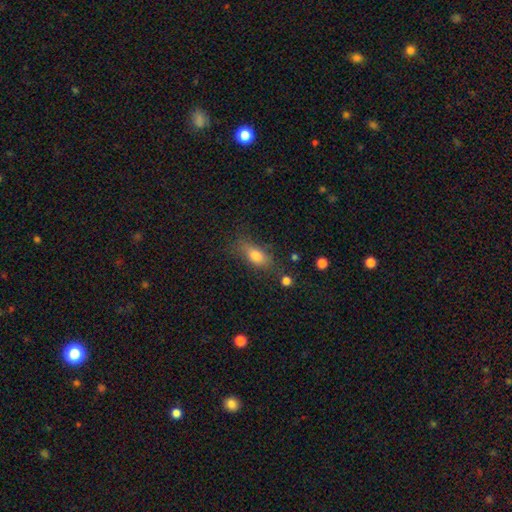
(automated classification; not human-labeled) Smooth or featured? Predicted: smooth (p=0.77). How rounded? Predicted: in between (p=0.78). Merging? Predicted: none (p=0.62).